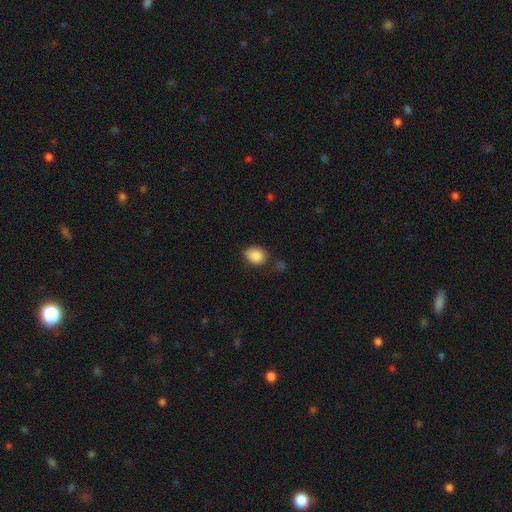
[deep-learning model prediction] Smooth or featured?
  - smooth: 87% *
  - star or artifact: 8%
  - featured or disk: 4%
How rounded?
  - in between: 55% *
  - round: 44%
  - cigar-shaped: 1%
Merging?
  - none: 72% *
  - minor disturbance: 19%
  - major disturbance: 5%
  - merger: 4%